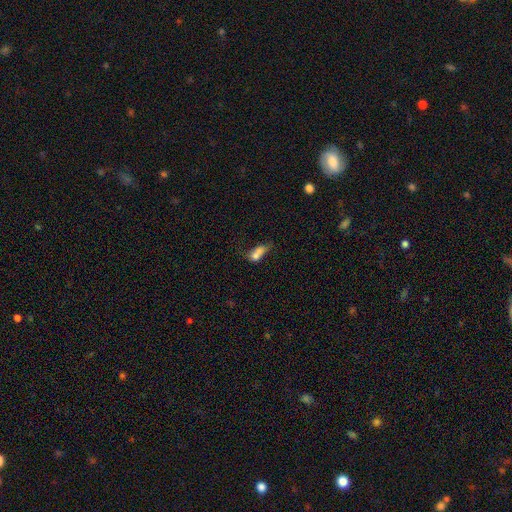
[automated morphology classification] Overall: smooth (66%). How rounded: in between (73%). Merging: merger (47%; major disturbance 19%).